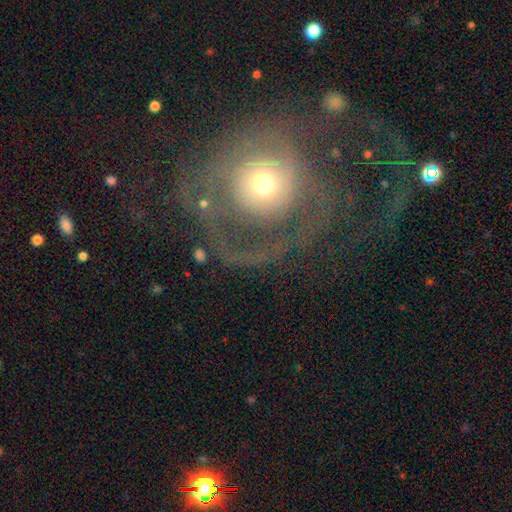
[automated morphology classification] Q: Smooth or featured?
A: featured or disk (63%); runner-up: smooth (27%)
Q: Edge-on disk?
A: no (96%); runner-up: yes (4%)
Q: Bar?
A: no (86%); runner-up: weak (10%)
Q: Spiral arms?
A: yes (55%); runner-up: no (45%)
Q: Bulge size?
A: moderate (50%); runner-up: small (38%)
Q: Merging?
A: major disturbance (47%); runner-up: none (36%)